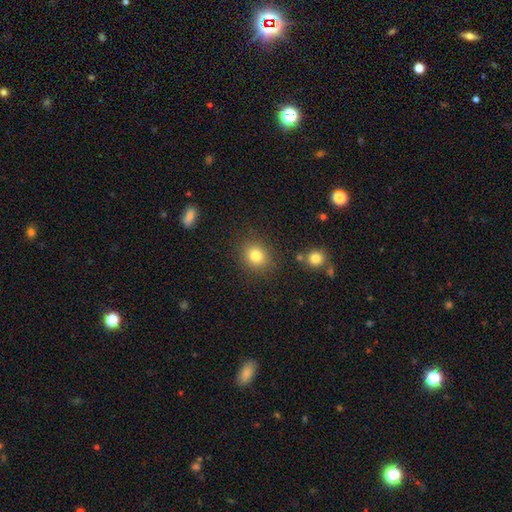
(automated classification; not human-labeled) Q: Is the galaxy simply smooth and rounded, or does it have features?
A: smooth — 82%.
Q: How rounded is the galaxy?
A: round — 77%.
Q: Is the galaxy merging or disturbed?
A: none — 85%.